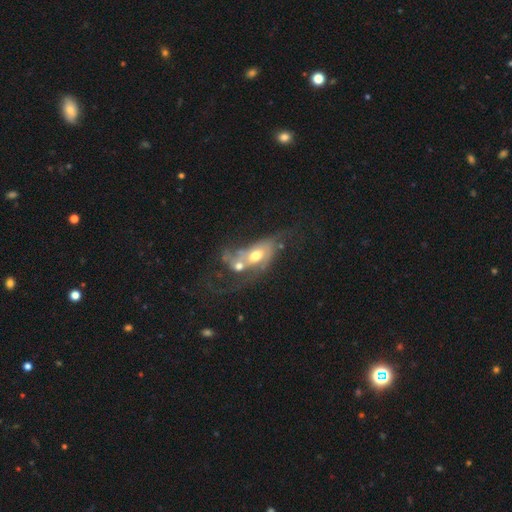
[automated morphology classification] Smooth or featured? Predicted: featured or disk (p=0.55). Edge-on disk? Predicted: no (p=0.89). Merging? Predicted: merger (p=0.43).